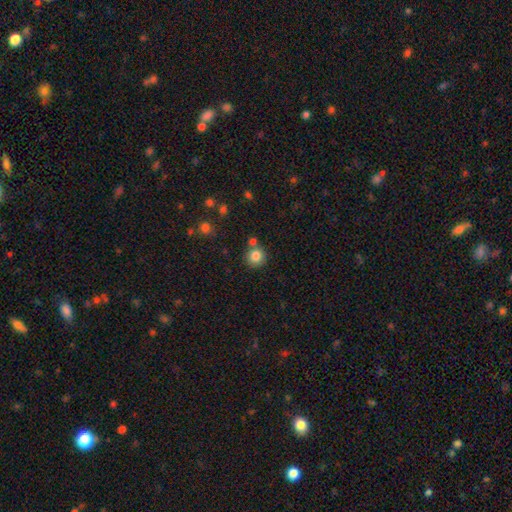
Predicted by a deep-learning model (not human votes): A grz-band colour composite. It shows a smooth galaxy with no disk features (83%) that is round (93%). Merging: none (76%).